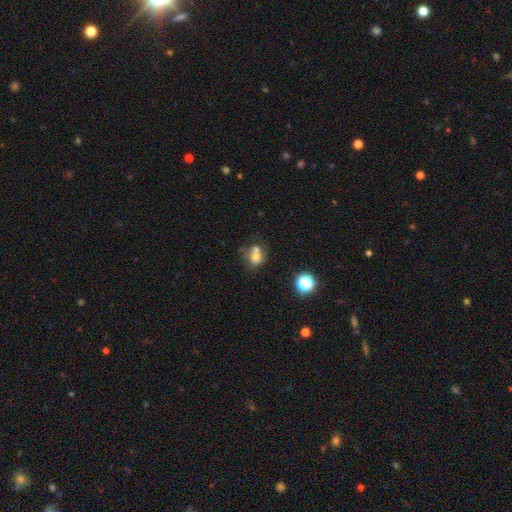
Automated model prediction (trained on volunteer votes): The model was most divided on "how rounded": round: 59%, in between: 40%, cigar-shaped: 1%. More confident: smooth or featured — smooth (65%); merging — merger (51%).